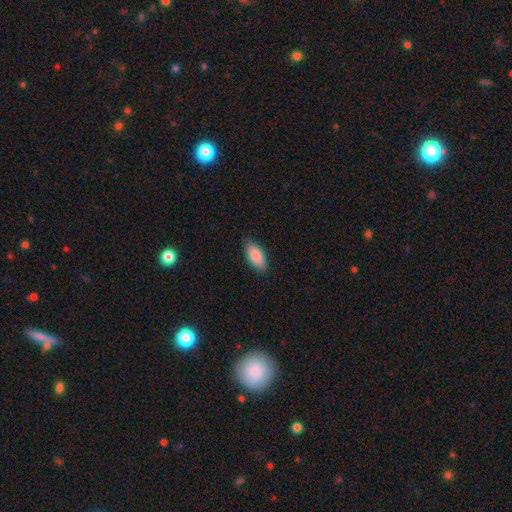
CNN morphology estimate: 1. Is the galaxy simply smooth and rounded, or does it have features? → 87% smooth, 7% featured or disk, 6% star or artifact.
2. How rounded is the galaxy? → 89% in between, 9% cigar-shaped, 2% round.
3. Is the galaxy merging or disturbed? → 84% none, 12% minor disturbance, 2% major disturbance, 1% merger.